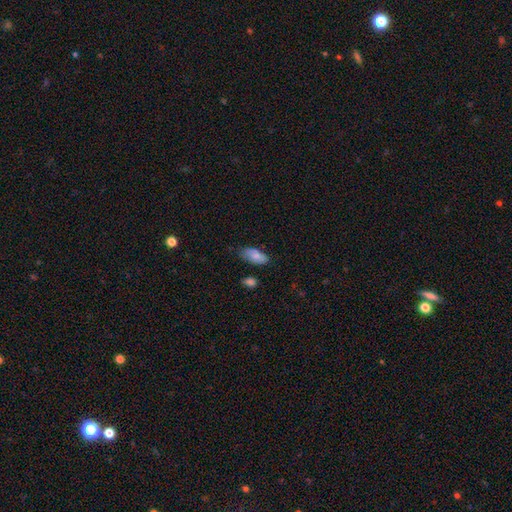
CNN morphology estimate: A smooth galaxy with no disk features (78%) that is in between round and cigar-shaped (91%). Merging: none (69%).